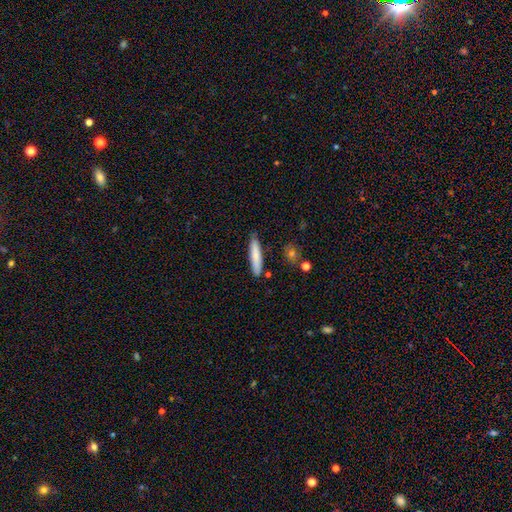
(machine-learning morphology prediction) smooth 78%, featured or disk 15%, star or artifact 6%. Down the decision tree: how rounded — cigar-shaped (85%); merging — none (85%).